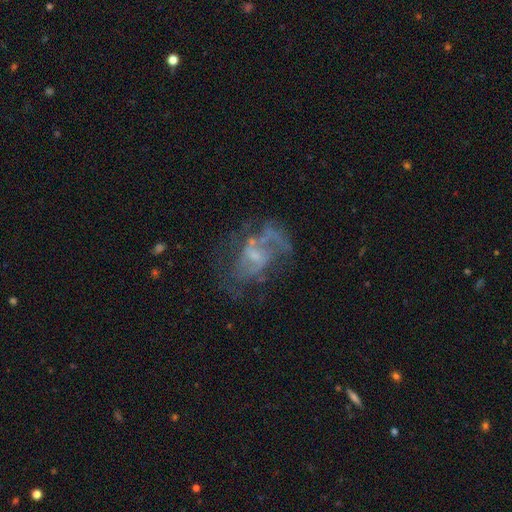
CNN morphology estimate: Q: Smooth or featured?
A: featured or disk (75%); runner-up: smooth (14%)
Q: Edge-on disk?
A: no (97%); runner-up: yes (3%)
Q: Bar?
A: no (49%); runner-up: weak (43%)
Q: Spiral arms?
A: yes (68%); runner-up: no (32%)
Q: Bulge size?
A: small (59%); runner-up: none (20%)
Q: Merging?
A: none (41%); runner-up: major disturbance (34%)